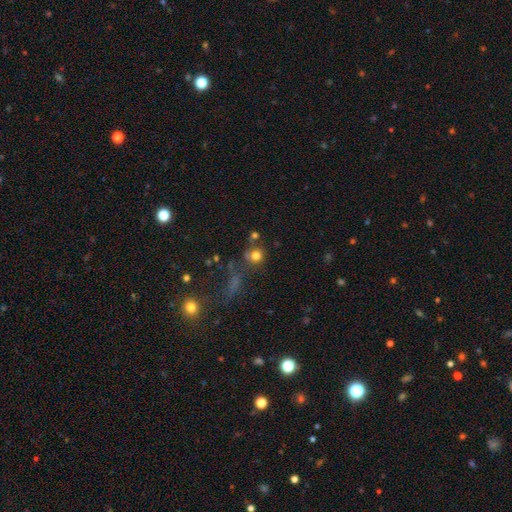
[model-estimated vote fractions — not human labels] Smooth or featured: smooth — 73% (star or artifact — 16%)
How rounded: round — 87% (in between — 11%)
Merging: none — 57% (merger — 20%)